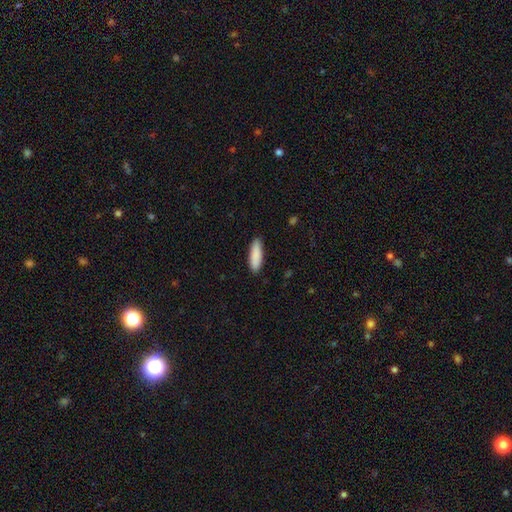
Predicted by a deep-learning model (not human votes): smooth 89%, star or artifact 6%, featured or disk 6%. Down the decision tree: how rounded — cigar-shaped (50%); merging — none (89%).